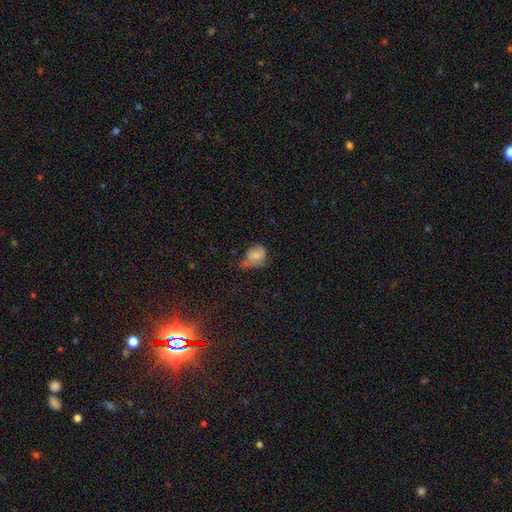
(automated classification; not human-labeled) This is likely a smooth galaxy (60%). How rounded: possibly round (50%). Merging: marginally minor disturbance (37%).